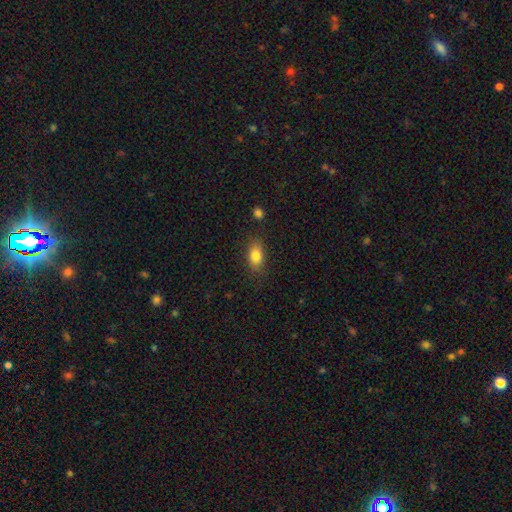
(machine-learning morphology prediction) smooth_or_featured: smooth (p=0.83) [alt: featured or disk p=0.09]
how_rounded: in between (p=0.86) [alt: round p=0.09]
merging: none (p=0.81) [alt: minor disturbance p=0.14]